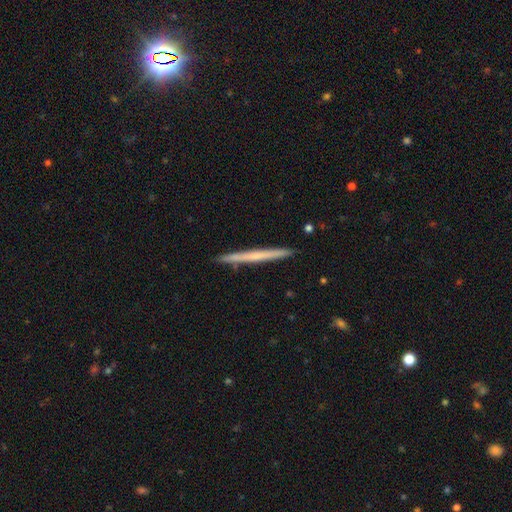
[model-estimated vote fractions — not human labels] Smooth or featured? featured or disk (51%)
Edge-on disk? yes (98%)
Merging? none (92%)